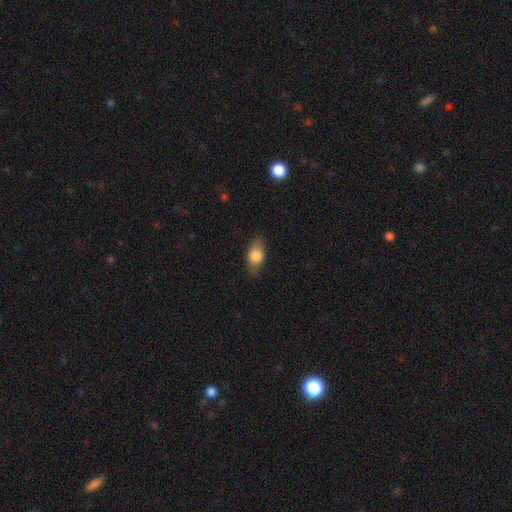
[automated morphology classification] Smooth or featured? Predicted: smooth (p=0.76). How rounded? Predicted: in between (p=0.85). Merging? Predicted: none (p=0.82).